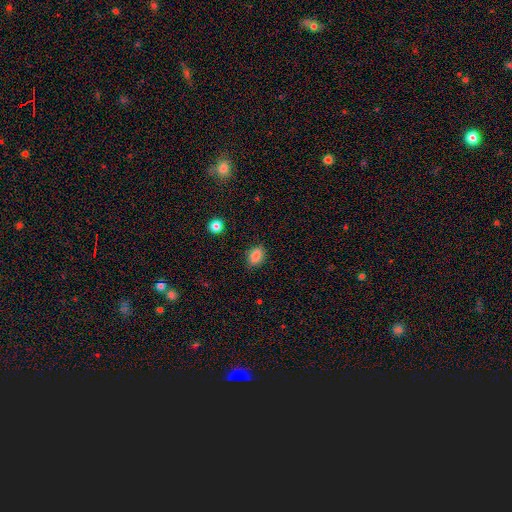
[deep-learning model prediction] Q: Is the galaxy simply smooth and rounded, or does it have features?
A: smooth — 86%.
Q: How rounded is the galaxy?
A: in between — 78%.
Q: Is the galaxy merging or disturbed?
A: none — 83%.